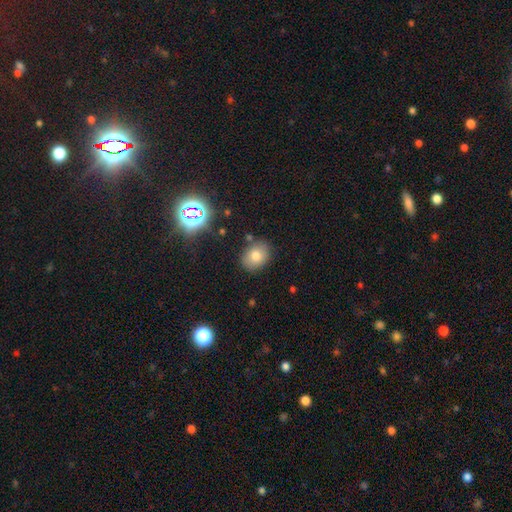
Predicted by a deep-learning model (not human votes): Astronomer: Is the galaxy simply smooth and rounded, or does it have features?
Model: smooth — 75%.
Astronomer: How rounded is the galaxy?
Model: in between — 57% (runner-up: round, 42%).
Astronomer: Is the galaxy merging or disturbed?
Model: none — 83%.